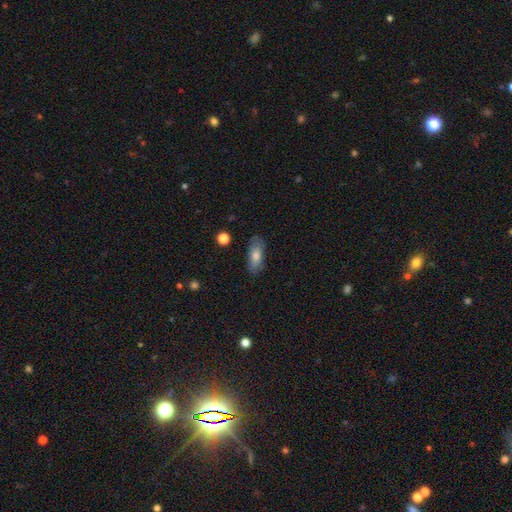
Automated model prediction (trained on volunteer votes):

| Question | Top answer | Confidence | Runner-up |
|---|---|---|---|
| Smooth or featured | smooth | 74% | featured or disk (18%) |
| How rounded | in between | 79% | cigar-shaped (18%) |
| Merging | none | 81% | minor disturbance (15%) |